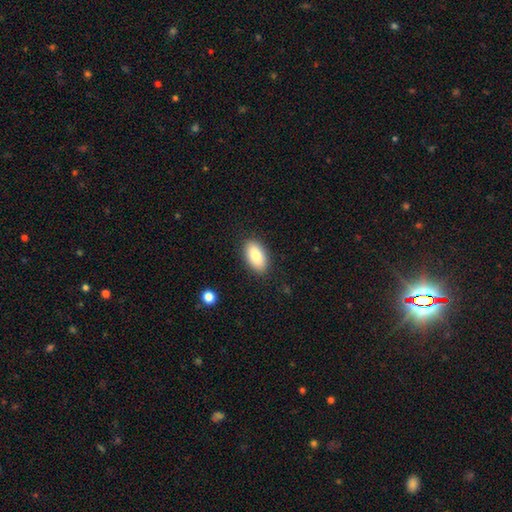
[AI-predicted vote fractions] Smooth or featured? Predicted: smooth (p=0.85). How rounded? Predicted: in between (p=0.93). Merging? Predicted: none (p=0.88).